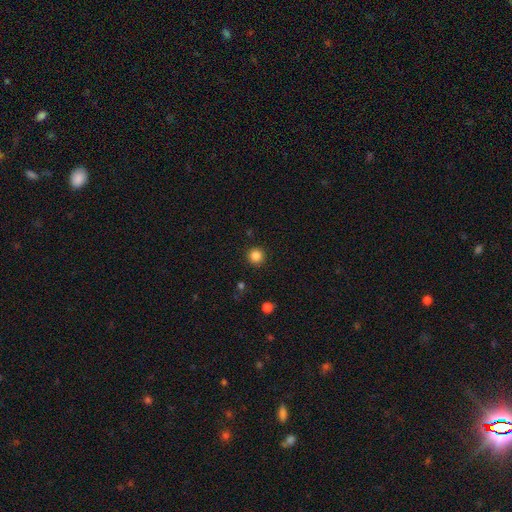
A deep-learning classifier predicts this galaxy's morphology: smooth-or-featured: smooth: 85% | star or artifact: 12% | featured or disk: 4%
  how-rounded: round: 95% | in between: 4% | cigar-shaped: 1%
  merging: none: 92% | minor disturbance: 5% | major disturbance: 2% | merger: 1%